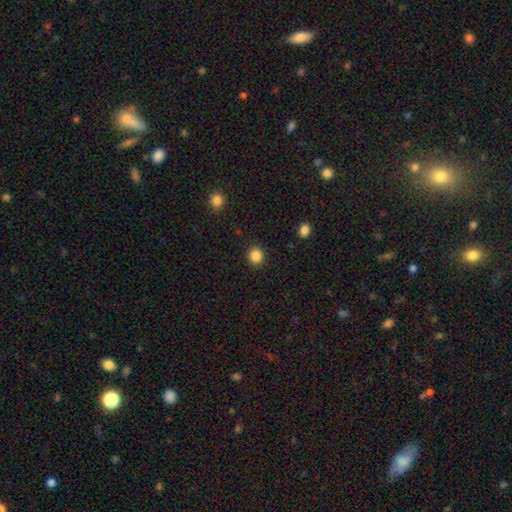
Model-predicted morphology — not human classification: Smooth or featured? smooth (86%)
How rounded? round (83%)
Merging? none (91%)